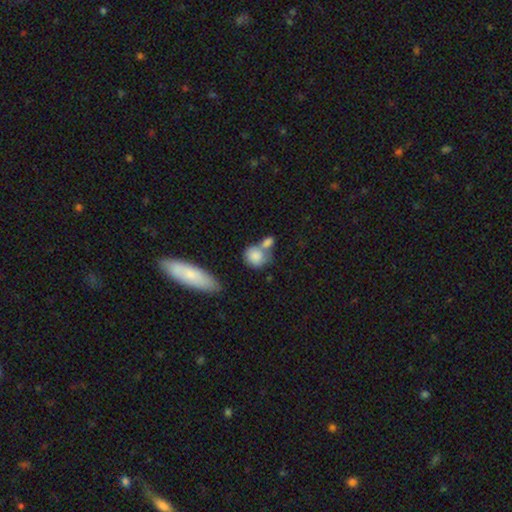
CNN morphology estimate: Smooth or featured: smooth — 82% (featured or disk — 11%)
How rounded: round — 69% (in between — 28%)
Merging: merger — 45% (none — 36%)